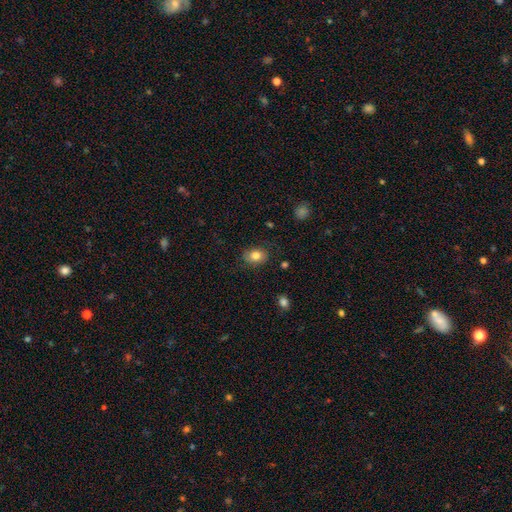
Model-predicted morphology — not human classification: Overall: smooth (81%). How rounded: in between (64%; round 35%). Merging: none (80%).